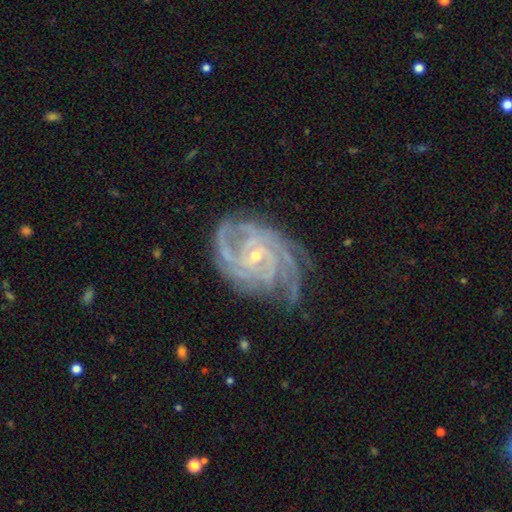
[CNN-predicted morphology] This is clearly a featured or disk galaxy (91%). It is clearly not viewed edge-on (97%). Bar: possibly no (59%). Spiral arm pattern: clearly yes (98%). Spiral arm count: marginally 4 (27%). Spiral winding: likely tight (72%). Central bulge: likely small (70%). Merging: likely none (69%).